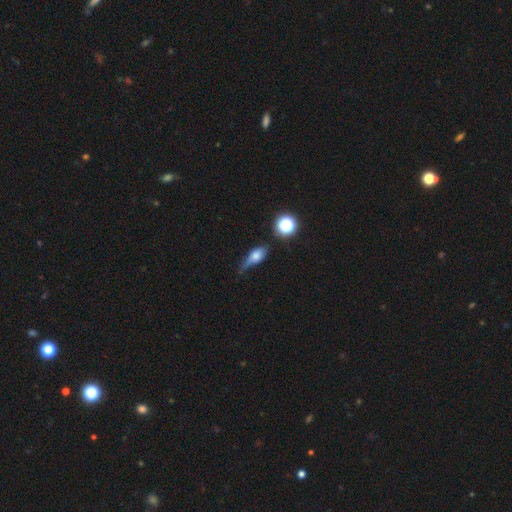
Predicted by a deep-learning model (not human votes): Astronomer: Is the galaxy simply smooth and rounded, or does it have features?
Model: smooth — 60%.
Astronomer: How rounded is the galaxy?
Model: in between — 66%.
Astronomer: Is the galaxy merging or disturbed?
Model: minor disturbance — 39% (runner-up: none, 38%).